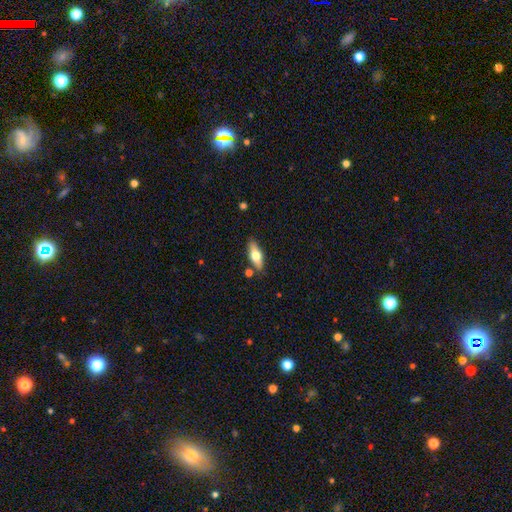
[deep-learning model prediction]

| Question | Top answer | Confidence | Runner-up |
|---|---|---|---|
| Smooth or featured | smooth | 53% | featured or disk (41%) |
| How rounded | in between | 63% | cigar-shaped (33%) |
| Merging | none | 82% | minor disturbance (11%) |